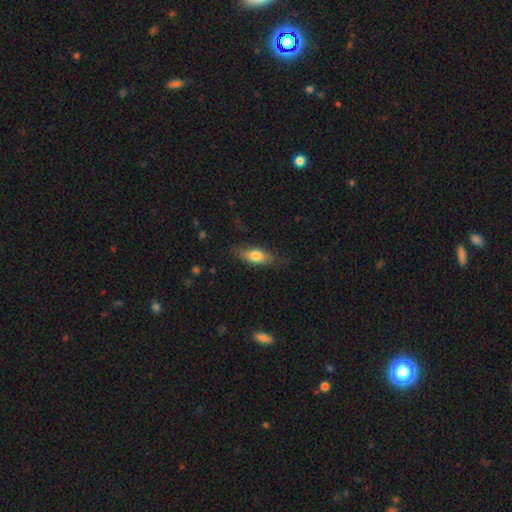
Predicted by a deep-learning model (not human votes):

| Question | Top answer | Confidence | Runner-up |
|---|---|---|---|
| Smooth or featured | smooth | 75% | featured or disk (19%) |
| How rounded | in between | 77% | cigar-shaped (20%) |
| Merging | none | 76% | minor disturbance (17%) |